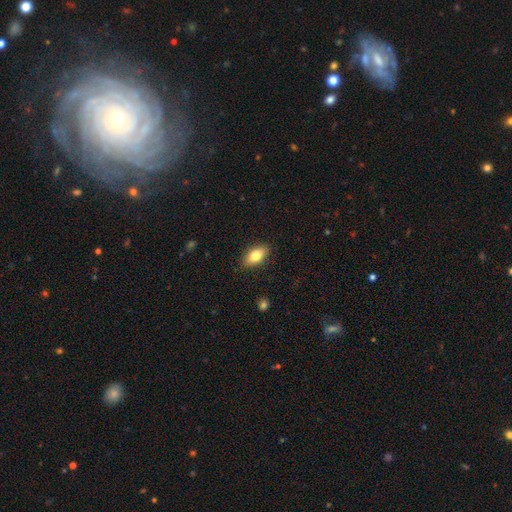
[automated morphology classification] Smooth or featured? Predicted: smooth (p=0.81). How rounded? Predicted: in between (p=0.90). Merging? Predicted: none (p=0.88).